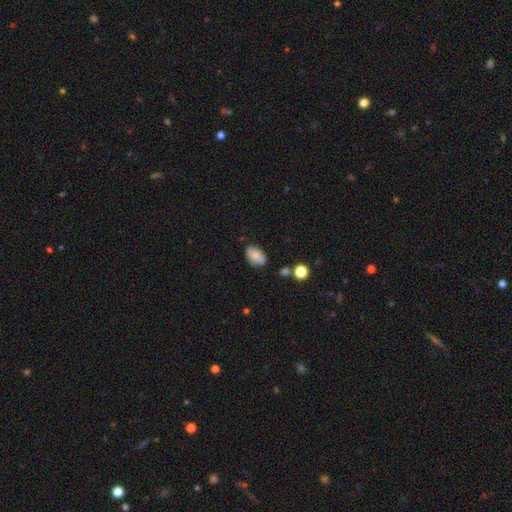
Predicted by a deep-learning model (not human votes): smooth-or-featured: smooth: 71% | featured or disk: 20% | star or artifact: 8%
  how-rounded: in between: 88% | round: 10% | cigar-shaped: 2%
  merging: none: 71% | minor disturbance: 21% | major disturbance: 4% | merger: 4%